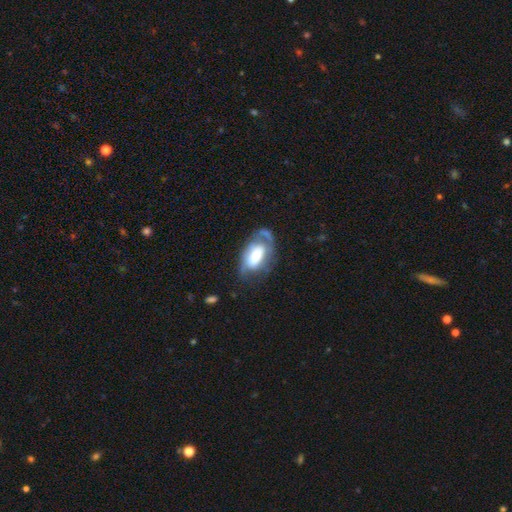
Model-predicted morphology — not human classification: Smooth or featured: featured or disk — 54% (smooth — 38%)
Edge-on disk: no — 92% (yes — 8%)
Merging: none — 43% (minor disturbance — 28%)